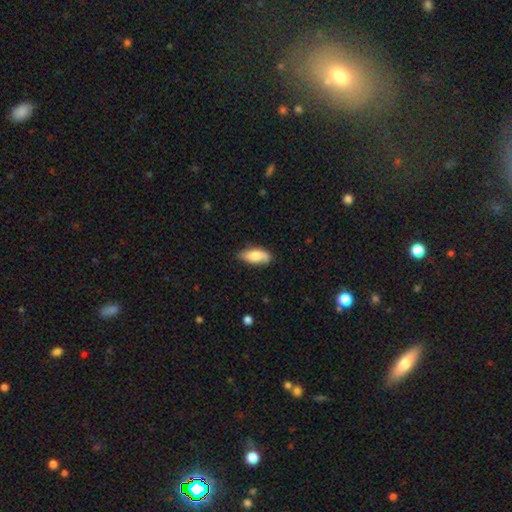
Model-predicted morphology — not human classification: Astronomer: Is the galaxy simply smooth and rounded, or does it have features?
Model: smooth — 73%.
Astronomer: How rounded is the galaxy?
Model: in between — 83%.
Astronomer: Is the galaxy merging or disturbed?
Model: none — 68%.